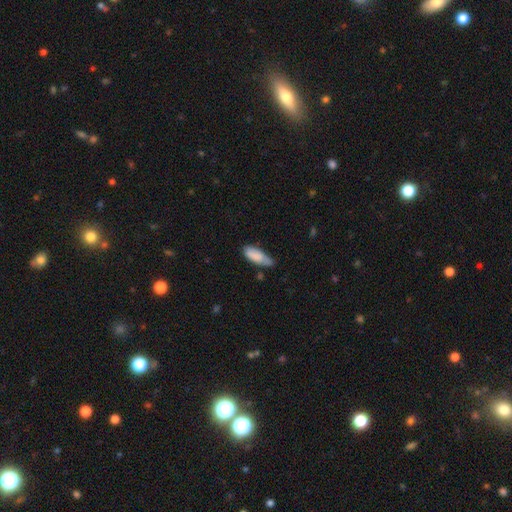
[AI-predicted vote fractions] smooth-or-featured: smooth: 84% | featured or disk: 10% | star or artifact: 6%
  how-rounded: in between: 71% | cigar-shaped: 27% | round: 2%
  merging: none: 49% | minor disturbance: 39% | major disturbance: 7% | merger: 5%